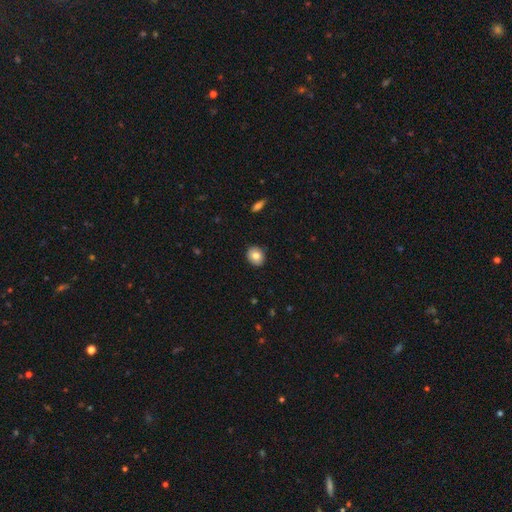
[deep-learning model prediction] Smooth or featured? smooth (80%)
How rounded? round (67%)
Merging? none (90%)